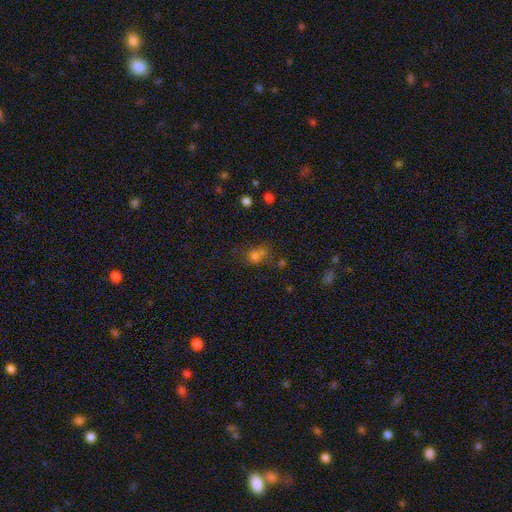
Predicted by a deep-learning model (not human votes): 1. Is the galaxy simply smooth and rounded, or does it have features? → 68% smooth, 21% star or artifact, 11% featured or disk.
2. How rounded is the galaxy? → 67% round, 32% in between, 1% cigar-shaped.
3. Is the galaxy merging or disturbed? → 47% none, 30% merger, 15% minor disturbance, 8% major disturbance.